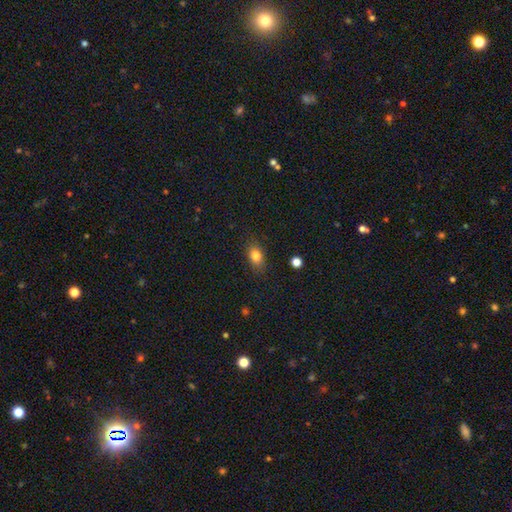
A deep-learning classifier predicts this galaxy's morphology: The model was most divided on "how rounded": in between: 77%, round: 20%, cigar-shaped: 3%. More confident: merging — none (84%); smooth or featured — smooth (82%).